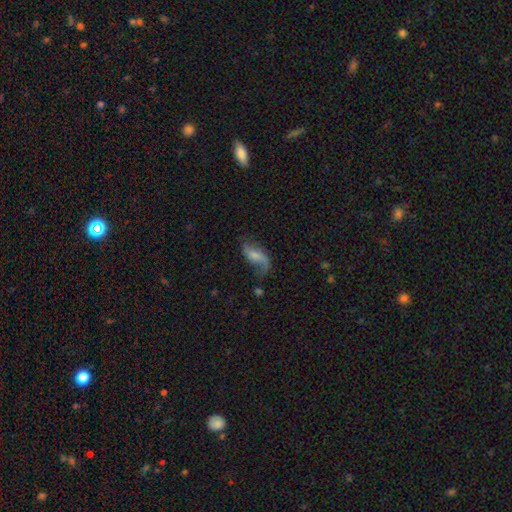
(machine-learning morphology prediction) Smooth or featured? featured or disk (64%)
Edge-on disk? no (94%)
Bar? weak (44%)
Spiral arms? yes (89%)
Spiral winding? loose (82%)
Spiral arm count? 2 (79%)
Bulge size? small (36%)
Merging? none (52%)